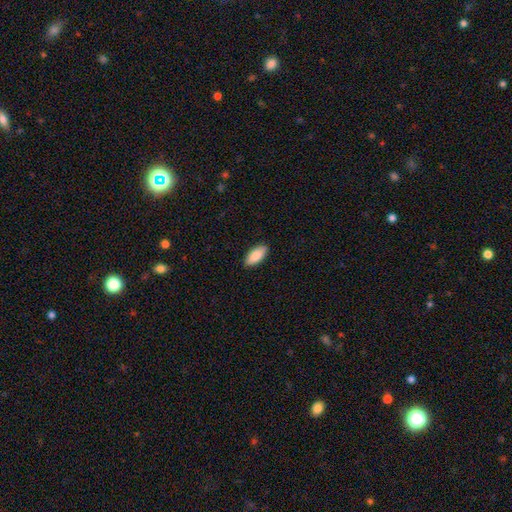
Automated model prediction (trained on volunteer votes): Smooth or featured?
  - smooth: 88% *
  - featured or disk: 6%
  - star or artifact: 6%
How rounded?
  - in between: 88% *
  - cigar-shaped: 10%
  - round: 2%
Merging?
  - none: 90% *
  - minor disturbance: 8%
  - major disturbance: 2%
  - merger: 1%